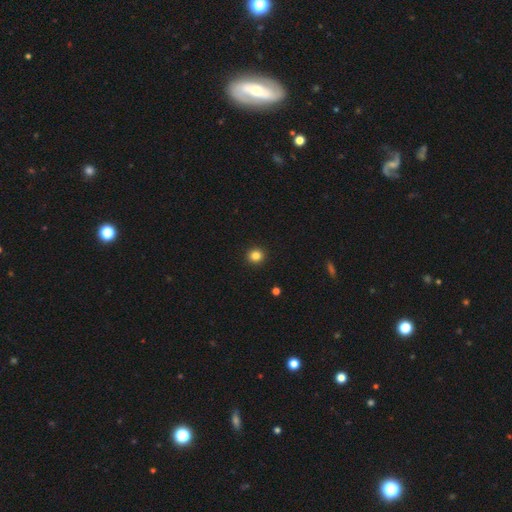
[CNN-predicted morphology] This appears to be a smooth galaxy with no disk features (84%) that is round (91%). Merging: none (93%).